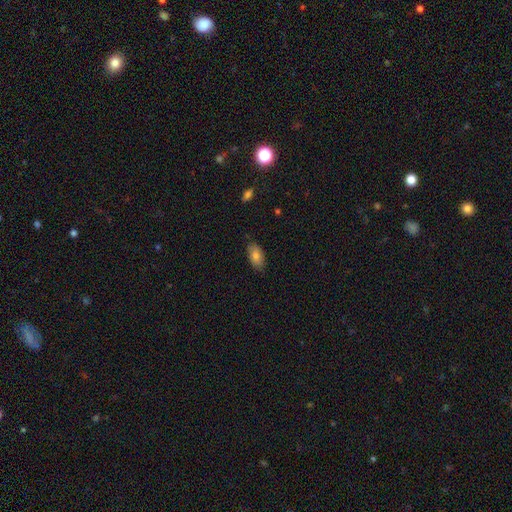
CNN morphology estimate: Q: Smooth or featured?
A: smooth (80%); runner-up: featured or disk (12%)
Q: How rounded?
A: in between (93%); runner-up: cigar-shaped (4%)
Q: Merging?
A: none (84%); runner-up: minor disturbance (13%)